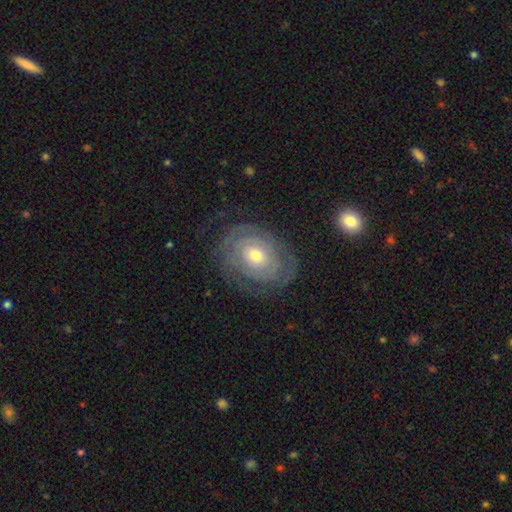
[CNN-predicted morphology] featured or disk 73%, smooth 20%, star or artifact 6%. Down the decision tree: edge-on disk — no (96%); bar — no (80%); spiral arms — yes (78%); spiral arm count — can't tell (53%); spiral winding — tight (77%); bulge size — moderate (56%); merging — none (73%).